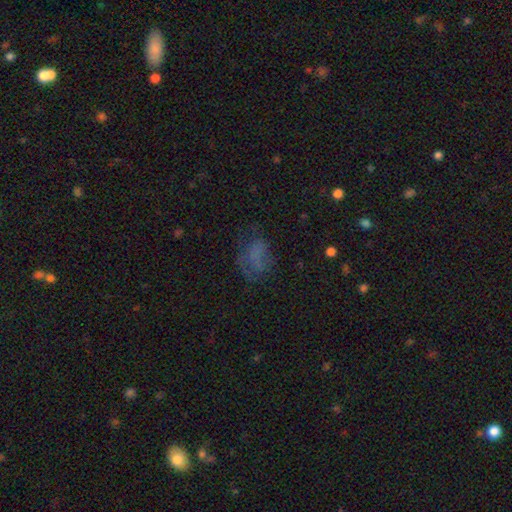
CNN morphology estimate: Q: Smooth or featured?
A: smooth (53%); runner-up: featured or disk (26%)
Q: How rounded?
A: in between (73%); runner-up: round (25%)
Q: Merging?
A: none (46%); runner-up: major disturbance (28%)